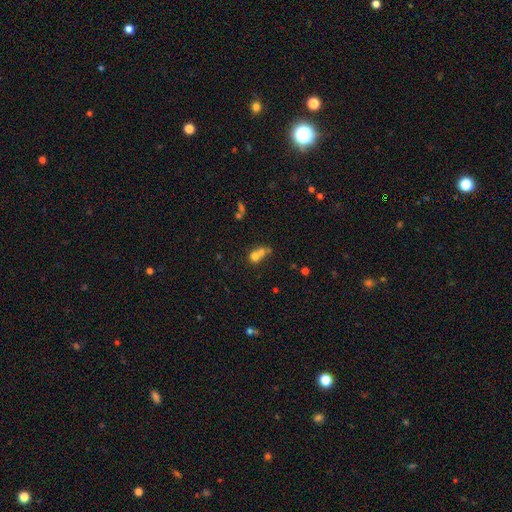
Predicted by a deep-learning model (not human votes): A smooth galaxy with no disk features (67%) that is round (75%). Merging: merger (61%).